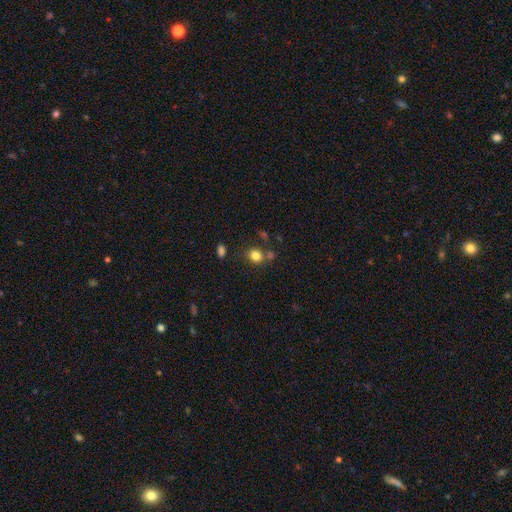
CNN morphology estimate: The model was most divided on "how rounded": round: 67%, in between: 32%, cigar-shaped: 1%. More confident: smooth or featured — smooth (82%); merging — none (70%).